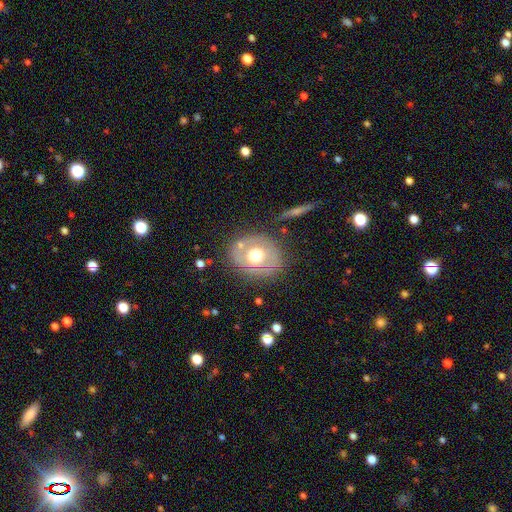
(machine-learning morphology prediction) smooth 46%, featured or disk 45%, star or artifact 9%. Down the decision tree: merging — none (74%).